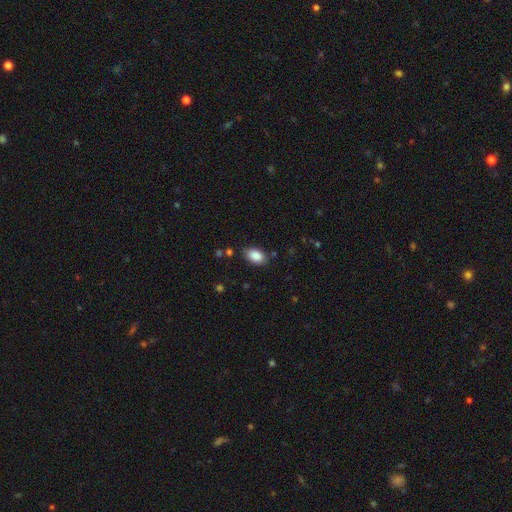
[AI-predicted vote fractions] Smooth or featured? Predicted: smooth (p=0.88). How rounded? Predicted: in between (p=0.90). Merging? Predicted: none (p=0.84).